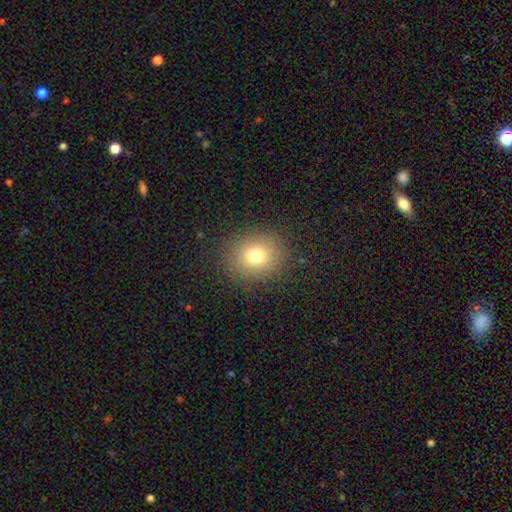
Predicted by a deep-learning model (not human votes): This is likely a smooth galaxy (76%). How rounded: likely round (71%). Merging: clearly none (88%).